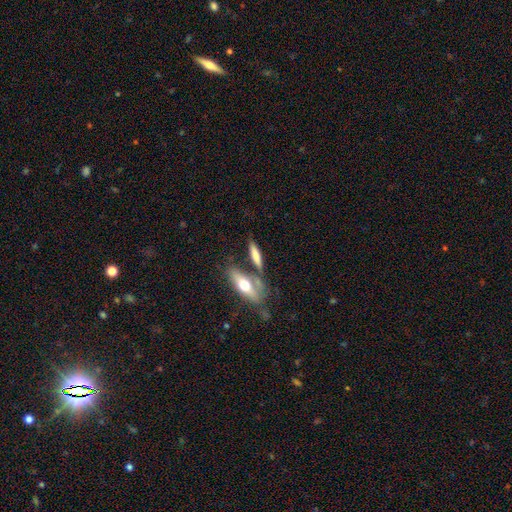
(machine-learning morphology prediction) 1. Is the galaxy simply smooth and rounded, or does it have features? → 65% smooth, 28% featured or disk, 7% star or artifact.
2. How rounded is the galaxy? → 62% cigar-shaped, 34% in between, 3% round.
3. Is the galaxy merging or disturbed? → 56% none, 25% merger, 14% minor disturbance, 5% major disturbance.